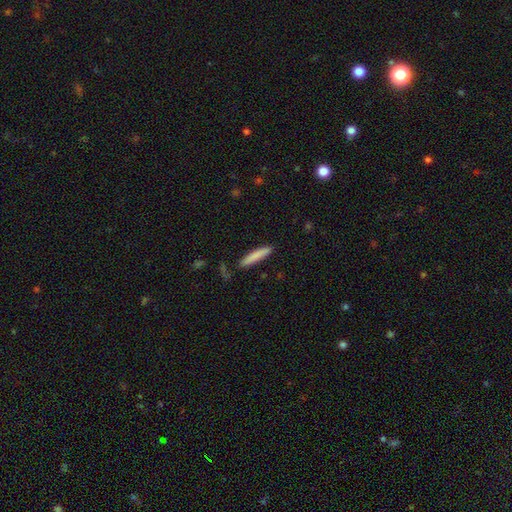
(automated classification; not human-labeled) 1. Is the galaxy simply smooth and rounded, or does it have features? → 80% smooth, 14% featured or disk, 6% star or artifact.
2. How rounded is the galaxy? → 92% cigar-shaped, 6% in between, 1% round.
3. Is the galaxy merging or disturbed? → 84% none, 11% minor disturbance, 2% merger, 2% major disturbance.